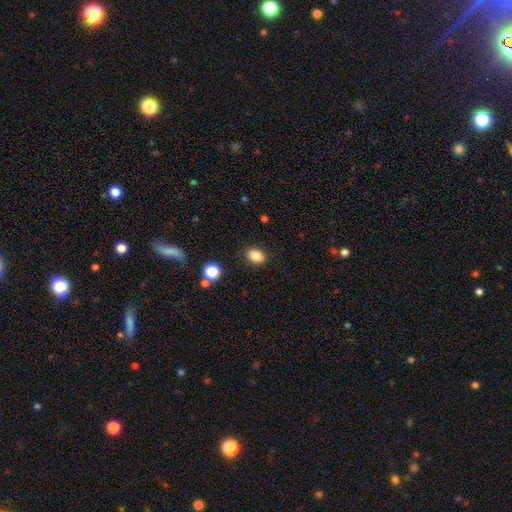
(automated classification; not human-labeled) smooth_or_featured: smooth (p=0.85) [alt: star or artifact p=0.10]
how_rounded: in between (p=0.77) [alt: round p=0.21]
merging: none (p=0.86) [alt: minor disturbance p=0.10]